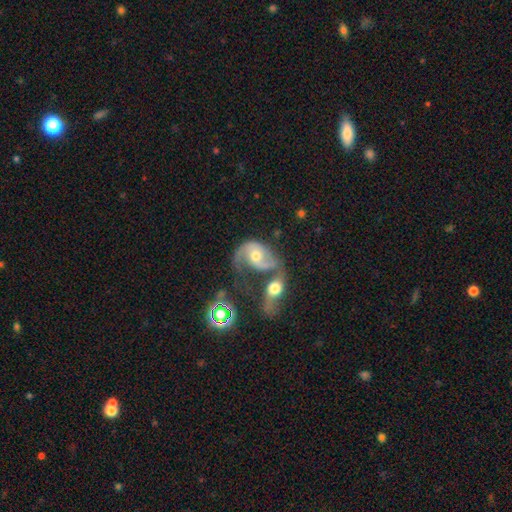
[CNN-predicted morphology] This is likely a featured or disk galaxy (79%). It is clearly not viewed edge-on (97%). Bar: possibly no (60%). Spiral arm pattern: clearly yes (92%). Spiral arm count: likely 2 (78%). Spiral winding: marginally medium (44%). Central bulge: likely moderate (66%). Merging: possibly merger (54%).